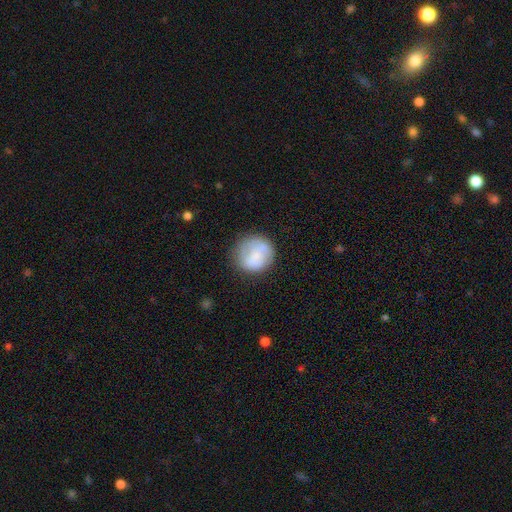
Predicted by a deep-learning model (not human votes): Smooth or featured: smooth — 62% (featured or disk — 30%)
How rounded: round — 90% (in between — 9%)
Merging: none — 69% (minor disturbance — 19%)